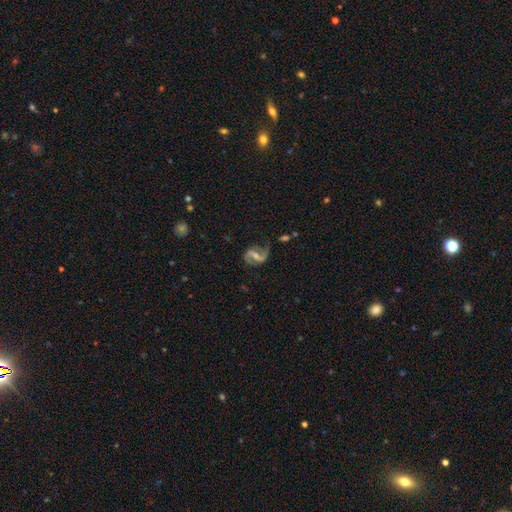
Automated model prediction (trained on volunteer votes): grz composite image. It shows a featured or disk galaxy (86%) with a strong bar (43%), 2 (90%) loose (46%) spiral arms (95%) and a small central bulge (48%). Merging: none (71%).